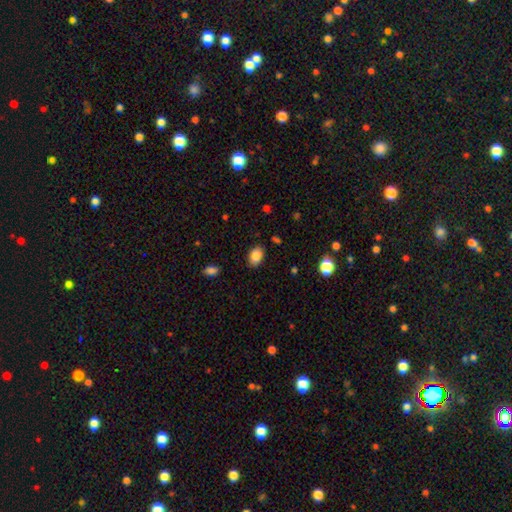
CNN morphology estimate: Smooth or featured? Predicted: smooth (p=0.86). How rounded? Predicted: in between (p=0.85). Merging? Predicted: none (p=0.85).